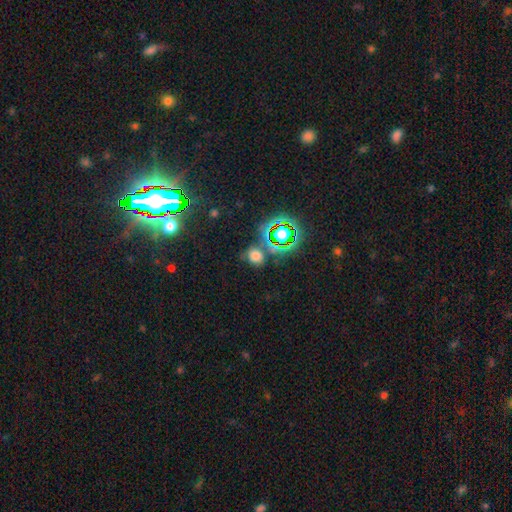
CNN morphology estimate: Smooth or featured: smooth — 62% (star or artifact — 30%)
How rounded: round — 66% (in between — 32%)
Merging: none — 67% (minor disturbance — 15%)